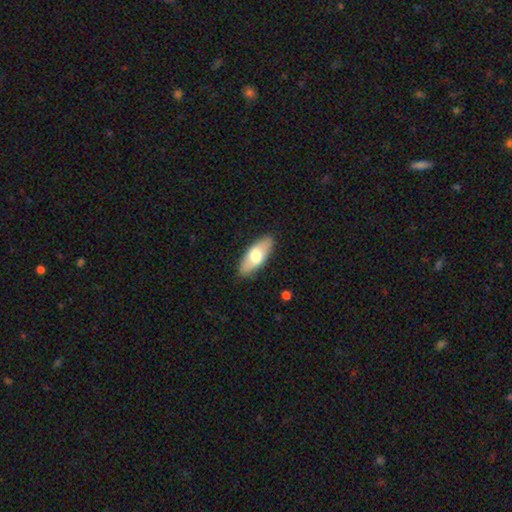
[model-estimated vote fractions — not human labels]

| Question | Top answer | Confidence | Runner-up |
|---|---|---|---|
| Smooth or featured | smooth | 66% | featured or disk (29%) |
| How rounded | in between | 79% | cigar-shaped (18%) |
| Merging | none | 88% | minor disturbance (9%) |